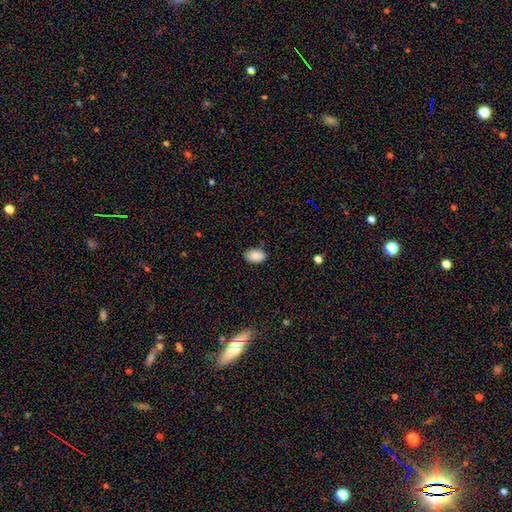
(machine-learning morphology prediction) Smooth or featured?
  - smooth: 88% *
  - star or artifact: 7%
  - featured or disk: 5%
How rounded?
  - in between: 91% *
  - round: 8%
  - cigar-shaped: 1%
Merging?
  - none: 81% *
  - minor disturbance: 15%
  - major disturbance: 3%
  - merger: 1%